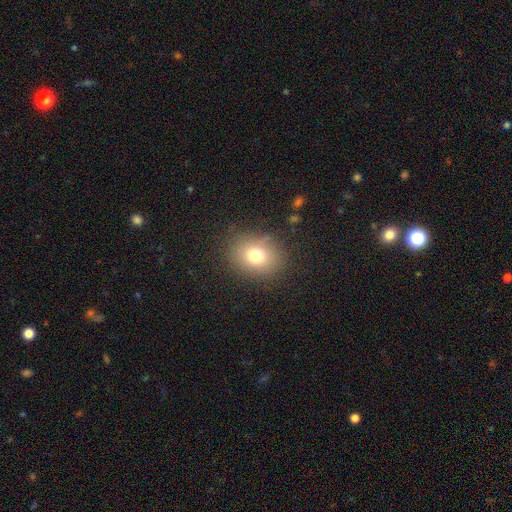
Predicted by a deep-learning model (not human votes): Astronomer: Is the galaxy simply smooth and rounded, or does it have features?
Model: smooth — 75%.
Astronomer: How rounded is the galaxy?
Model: round — 54% (runner-up: in between, 45%).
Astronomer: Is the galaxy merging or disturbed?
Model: none — 80%.